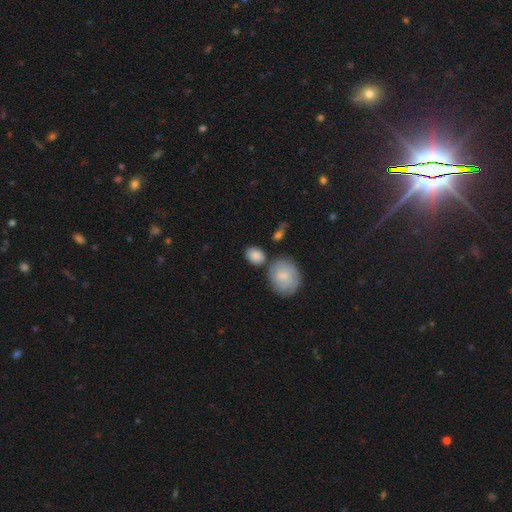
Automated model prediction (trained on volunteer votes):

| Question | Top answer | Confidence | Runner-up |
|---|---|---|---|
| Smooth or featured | smooth | 85% | featured or disk (8%) |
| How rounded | round | 53% | in between (46%) |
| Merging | none | 68% | merger (14%) |